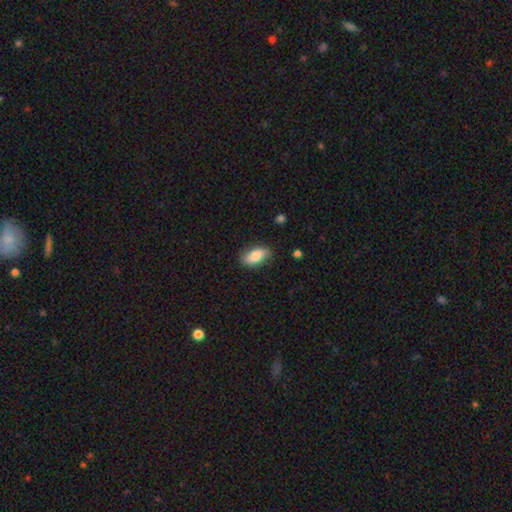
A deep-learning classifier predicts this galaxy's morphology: Smooth or featured?
  - smooth: 78% *
  - featured or disk: 15%
  - star or artifact: 7%
How rounded?
  - in between: 89% *
  - cigar-shaped: 6%
  - round: 5%
Merging?
  - none: 78% *
  - minor disturbance: 17%
  - major disturbance: 3%
  - merger: 1%